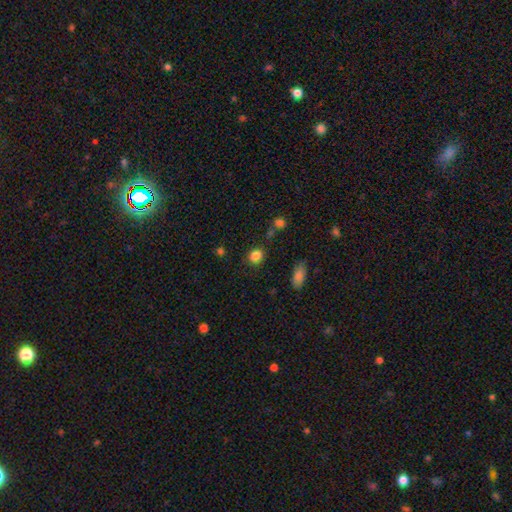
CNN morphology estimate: A smooth galaxy with no disk features (84%) that is round (67%).

Vote fractions:
- Smooth or featured? smooth: 84% / star or artifact: 11% / featured or disk: 4%
- How rounded? round: 67% / in between: 32% / cigar-shaped: 1%
- Merging? none: 82% / minor disturbance: 11% / major disturbance: 4% / merger: 3%